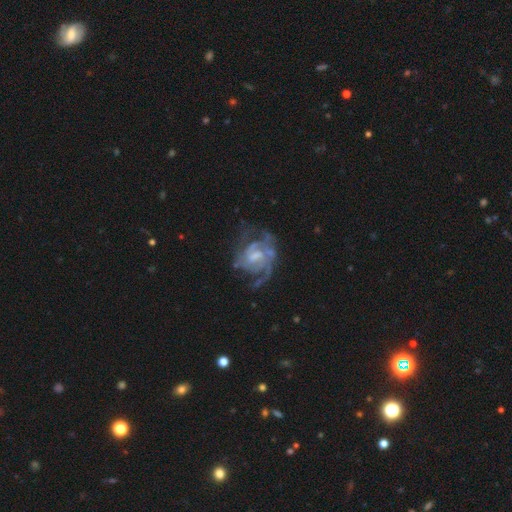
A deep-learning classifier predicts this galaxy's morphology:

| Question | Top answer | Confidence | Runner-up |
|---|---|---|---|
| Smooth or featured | featured or disk | 86% | smooth (8%) |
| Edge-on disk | no | 98% | yes (2%) |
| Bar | weak | 55% | no (28%) |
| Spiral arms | yes | 92% | no (8%) |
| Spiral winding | medium | 48% | tight (33%) |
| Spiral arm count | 2 | 44% | can't tell (23%) |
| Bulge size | moderate | 38% | small (34%) |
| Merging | none | 49% | major disturbance (27%) |